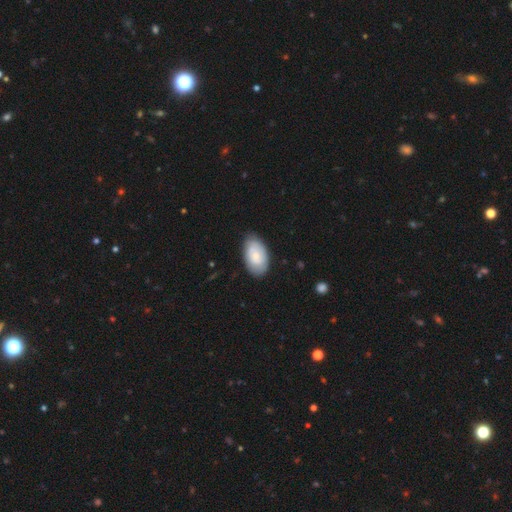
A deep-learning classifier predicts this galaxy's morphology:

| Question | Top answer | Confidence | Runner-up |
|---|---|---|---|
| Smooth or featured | smooth | 69% | featured or disk (25%) |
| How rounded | in between | 94% | round (5%) |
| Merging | none | 76% | minor disturbance (19%) |